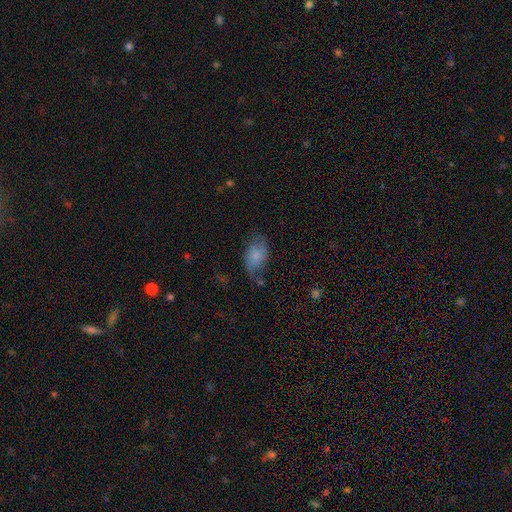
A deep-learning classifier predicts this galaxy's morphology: smooth 67%, featured or disk 24%, star or artifact 9%. Down the decision tree: how rounded — in between (91%); merging — none (50%).